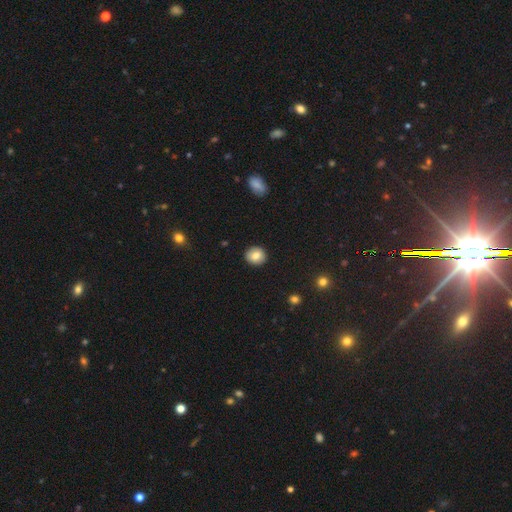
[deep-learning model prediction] Smooth or featured: smooth — 81% (featured or disk — 10%)
How rounded: round — 86% (in between — 13%)
Merging: none — 91% (minor disturbance — 6%)